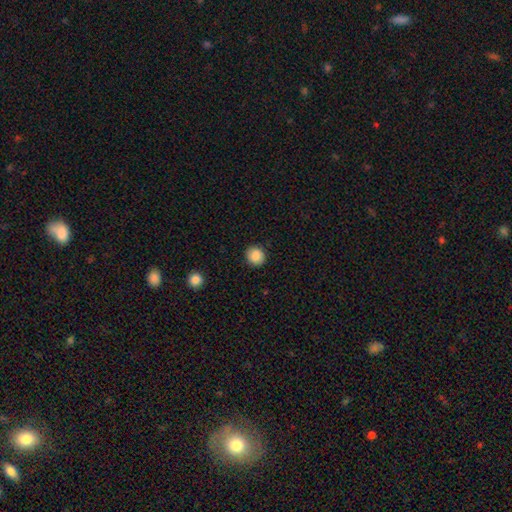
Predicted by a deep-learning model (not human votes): Morphology: type=smooth (87%); roundness=round (87%); merging=none (91%).